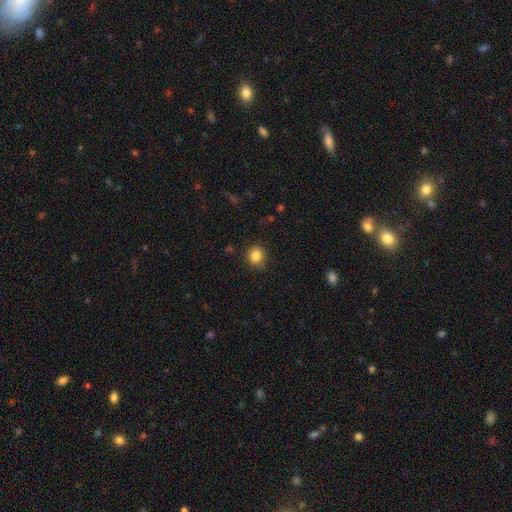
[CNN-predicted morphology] smooth 85%, star or artifact 11%, featured or disk 4%. Down the decision tree: how rounded — round (86%); merging — none (85%).